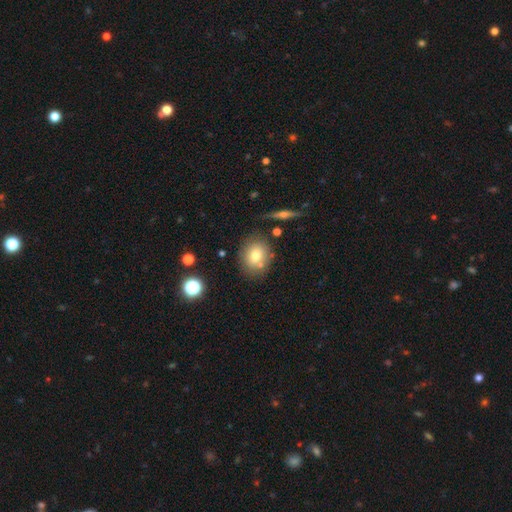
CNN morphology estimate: Smooth or featured? Predicted: smooth (p=0.74). How rounded? Predicted: round (p=0.65). Merging? Predicted: none (p=0.74).